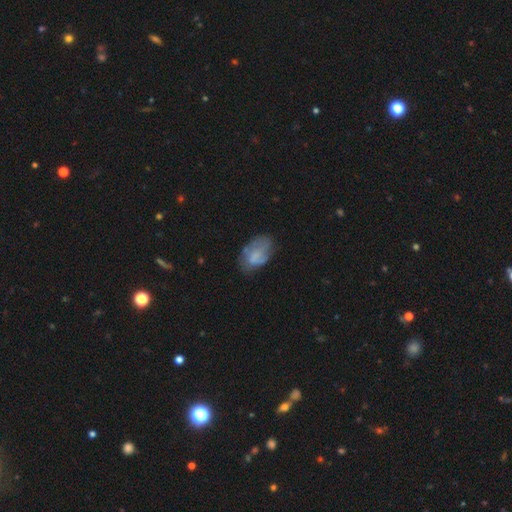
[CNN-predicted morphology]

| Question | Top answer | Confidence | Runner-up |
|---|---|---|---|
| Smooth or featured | smooth | 60% | featured or disk (32%) |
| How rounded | in between | 90% | round (8%) |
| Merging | none | 49% | minor disturbance (31%) |